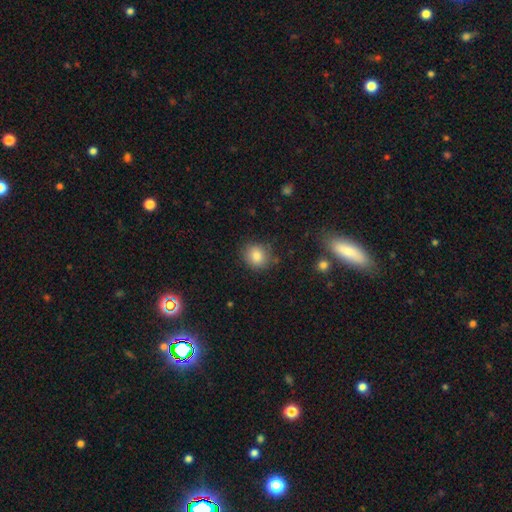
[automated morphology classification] Smooth or featured? smooth (84%)
How rounded? round (74%)
Merging? none (81%)